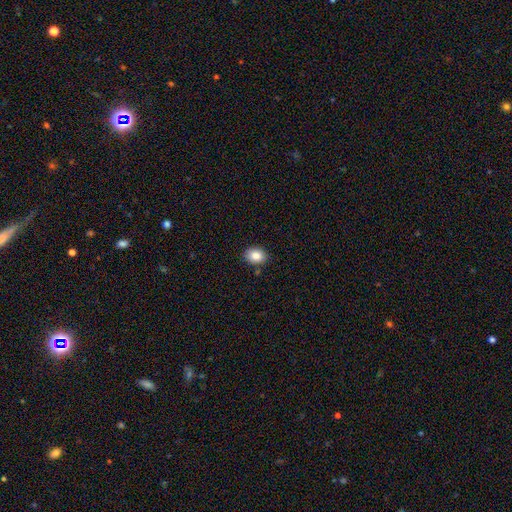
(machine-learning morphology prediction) A smooth galaxy with no disk features (86%) that is in between round and cigar-shaped (66%).

Vote fractions:
- Smooth or featured? smooth: 86% / star or artifact: 8% / featured or disk: 6%
- How rounded? in between: 66% / round: 33% / cigar-shaped: 1%
- Merging? none: 87% / minor disturbance: 9% / major disturbance: 2% / merger: 2%